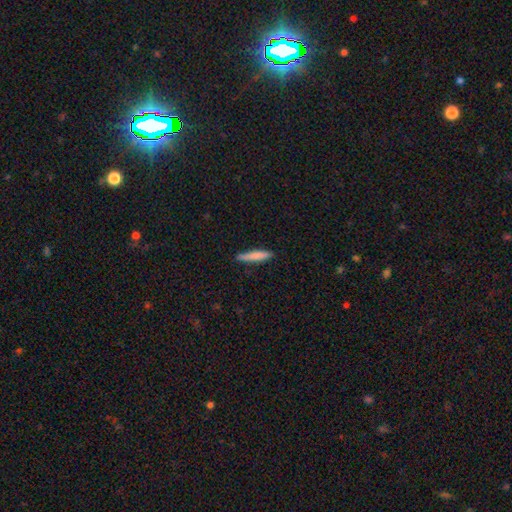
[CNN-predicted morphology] Overall: smooth (76%). How rounded: cigar-shaped (91%). Merging: none (87%).